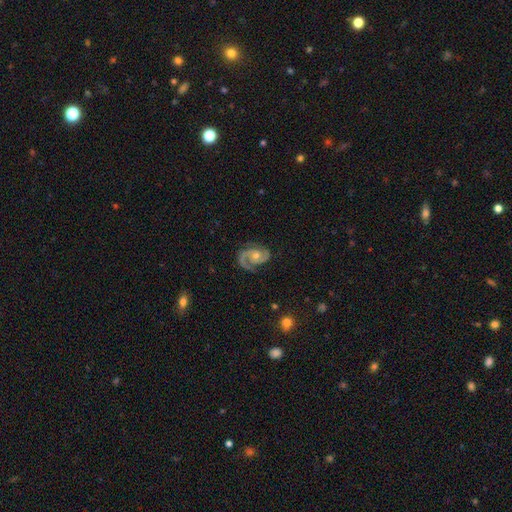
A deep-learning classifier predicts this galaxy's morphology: Smooth or featured: featured or disk — 90% (star or artifact — 5%)
Edge-on disk: no — 98% (yes — 2%)
Bar: no — 65% (weak — 28%)
Spiral arms: yes — 98% (no — 2%)
Spiral winding: medium — 51% (tight — 38%)
Spiral arm count: 2 — 88% (1 — 5%)
Bulge size: moderate — 52% (small — 43%)
Merging: none — 78% (minor disturbance — 15%)